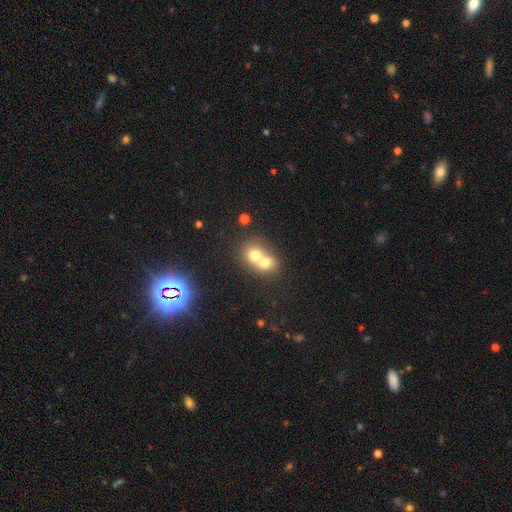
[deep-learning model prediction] A smooth galaxy with no disk features (68%) that is round (66%). Merging: merger (73%).